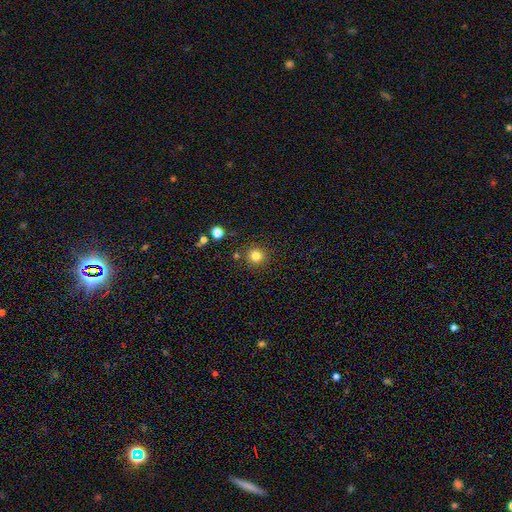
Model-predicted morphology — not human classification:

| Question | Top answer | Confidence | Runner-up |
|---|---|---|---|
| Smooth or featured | smooth | 81% | star or artifact (13%) |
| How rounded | round | 93% | in between (6%) |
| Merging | none | 86% | minor disturbance (7%) |